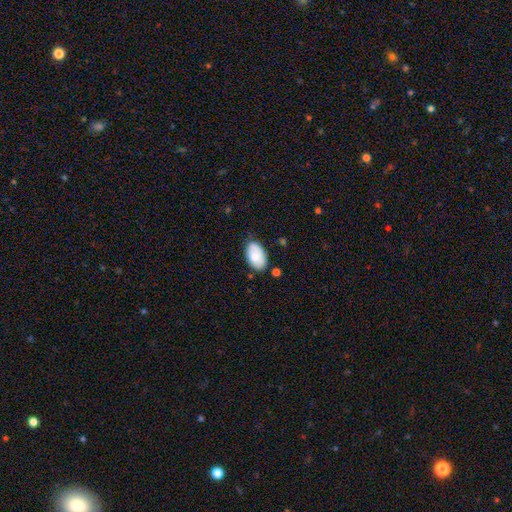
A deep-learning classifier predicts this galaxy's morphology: Smooth or featured? Predicted: smooth (p=0.78). How rounded? Predicted: in between (p=0.95). Merging? Predicted: none (p=0.73).